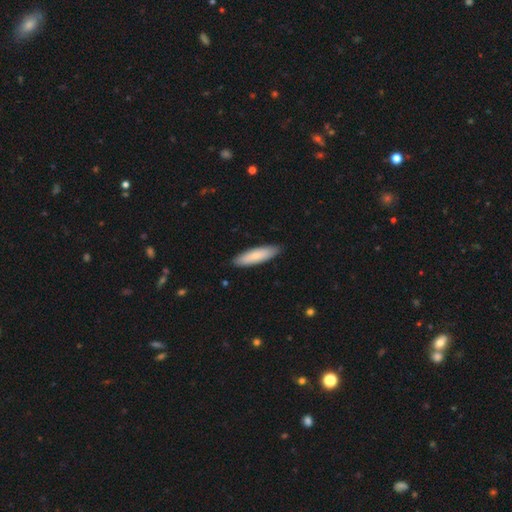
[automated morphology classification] type=smooth (78%); roundness=cigar-shaped (63%); merging=none (89%).